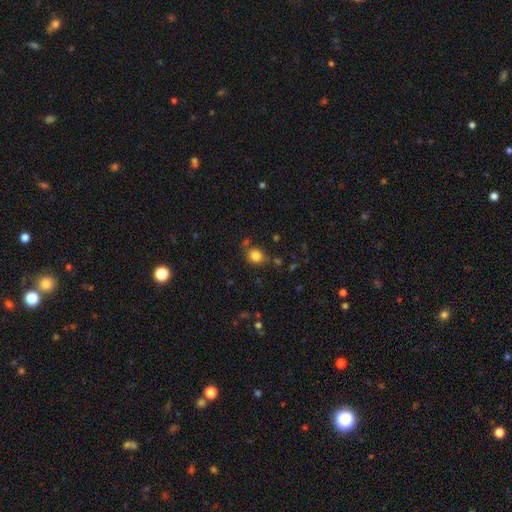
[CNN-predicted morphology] Smooth or featured: smooth — 83% (star or artifact — 11%)
How rounded: round — 67% (in between — 32%)
Merging: none — 74% (minor disturbance — 14%)